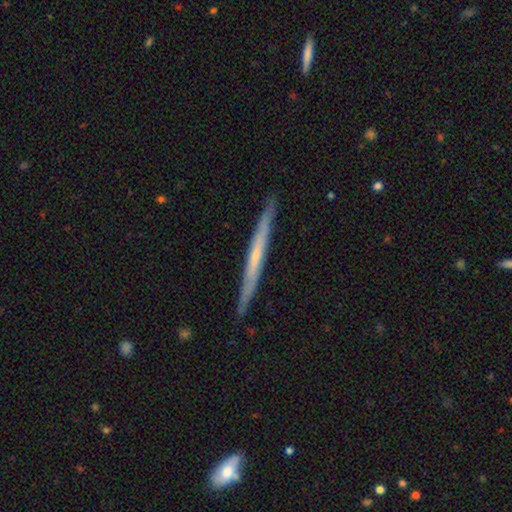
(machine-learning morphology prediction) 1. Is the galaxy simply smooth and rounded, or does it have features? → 64% featured or disk, 31% smooth, 6% star or artifact.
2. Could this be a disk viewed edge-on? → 97% yes, 3% no.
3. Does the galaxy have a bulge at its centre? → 68% none, 27% rounded, 5% boxy.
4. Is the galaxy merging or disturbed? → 90% none, 8% minor disturbance, 1% major disturbance, 1% merger.